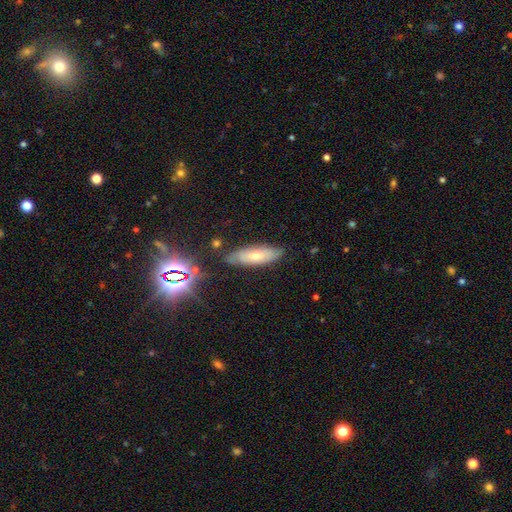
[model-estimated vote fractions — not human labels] Morphology: type=smooth (49%); merging=none (78%).